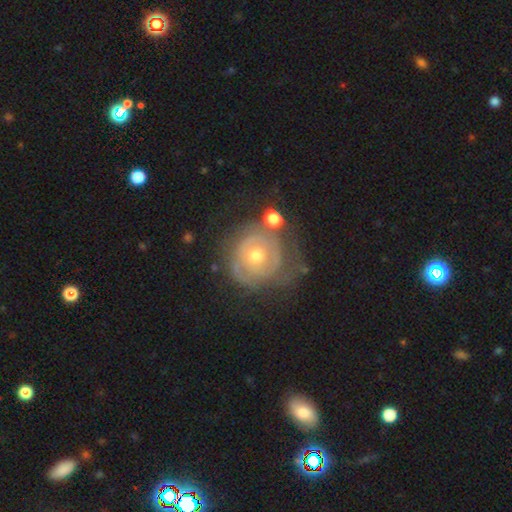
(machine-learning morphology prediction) This appears to be a featured or disk galaxy (75%) with no bar (83%), tight (76%) spiral arms (76%) and a moderate central bulge (57%). Merging: none (55%).